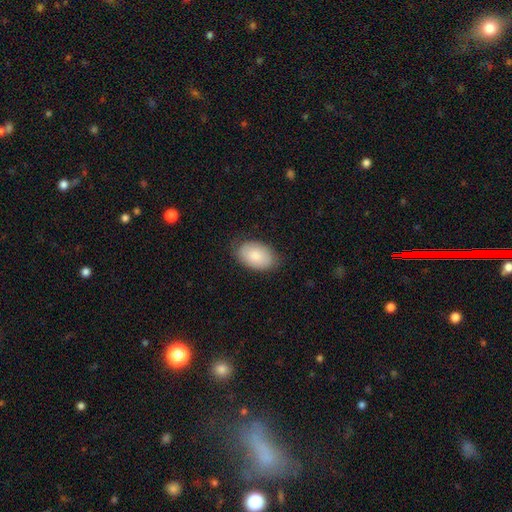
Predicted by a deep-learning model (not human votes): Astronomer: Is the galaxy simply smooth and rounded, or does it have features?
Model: smooth — 82%.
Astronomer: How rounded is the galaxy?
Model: in between — 91%.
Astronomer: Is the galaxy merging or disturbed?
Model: none — 79%.